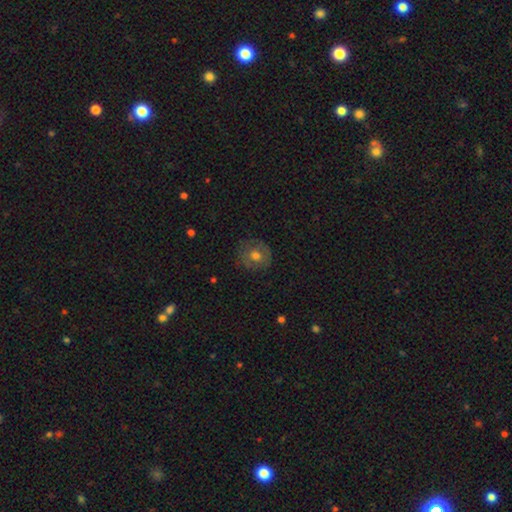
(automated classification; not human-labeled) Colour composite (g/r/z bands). It shows a smooth galaxy with no disk features (59%) that is round (84%). Merging: none (74%).